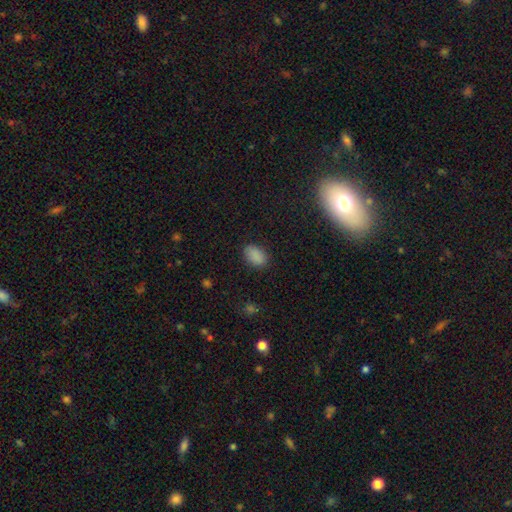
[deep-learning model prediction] The model was most divided on "merging": none: 83%, minor disturbance: 13%, major disturbance: 3%, merger: 1%. More confident: how rounded — in between (86%); smooth or featured — smooth (86%).